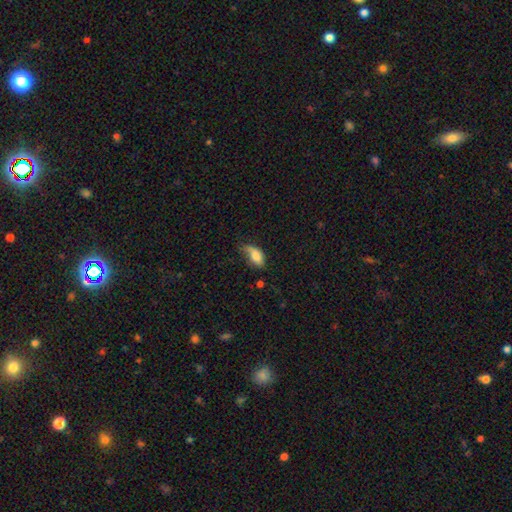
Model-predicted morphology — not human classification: This appears to be a smooth galaxy with no disk features (77%) that is in between round and cigar-shaped (89%). Merging: minor disturbance (41%).